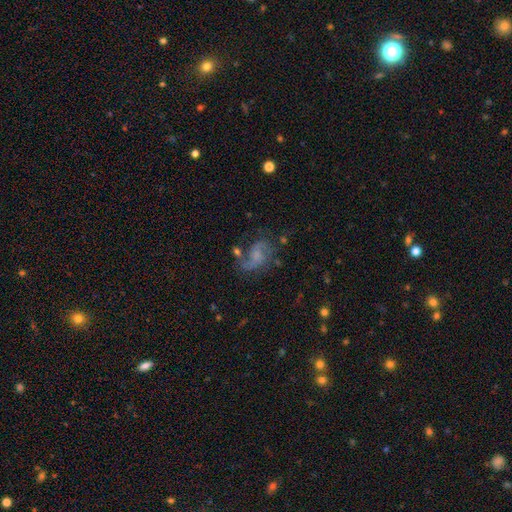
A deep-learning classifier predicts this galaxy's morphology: Overall: featured or disk (71%). Edge-on disk: no (97%). Bar: no (53%; weak 39%). Spiral arms: yes (90%). Spiral arm count: 2 (82%). Spiral winding: loose (49%; medium 40%). Bulge size: small (37%; none 33%). Merging: none (57%; minor disturbance 19%).